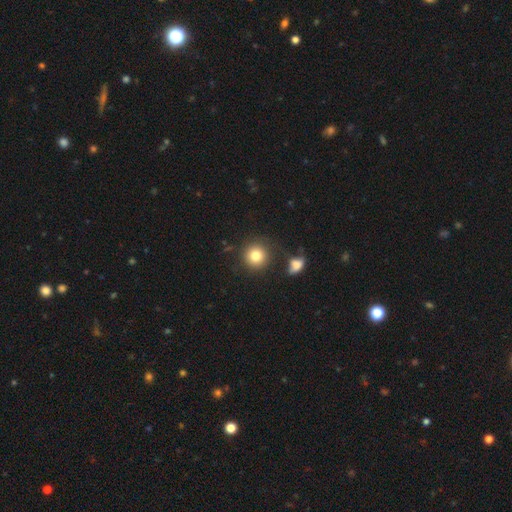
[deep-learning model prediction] Smooth or featured: smooth — 82% (star or artifact — 10%)
How rounded: round — 93% (in between — 7%)
Merging: none — 82% (minor disturbance — 9%)